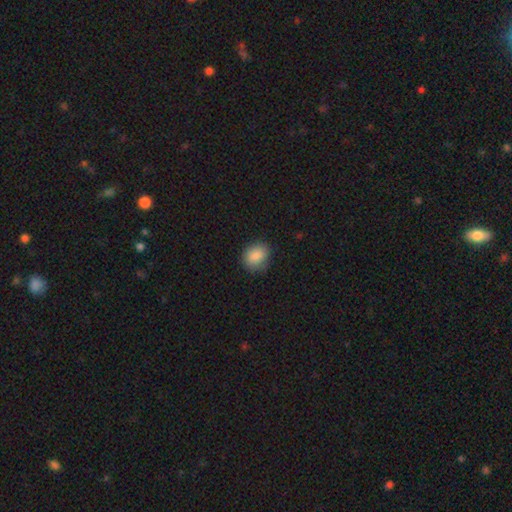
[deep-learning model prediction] This appears to be a smooth galaxy with no disk features (86%) that is in between round and cigar-shaped (54%). Merging: none (76%).